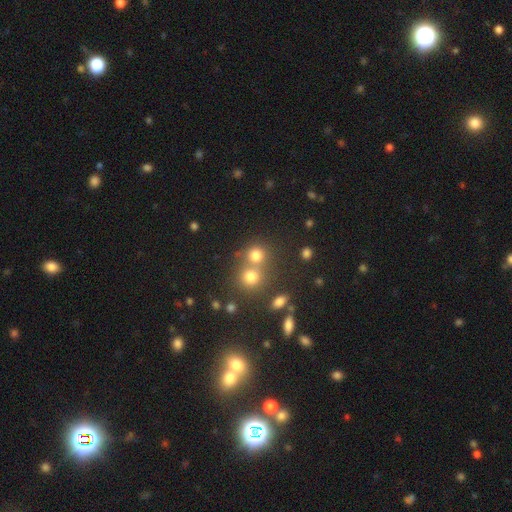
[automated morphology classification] This appears to be a smooth galaxy with no disk features (76%) that is round (85%). Merging: none (49%).